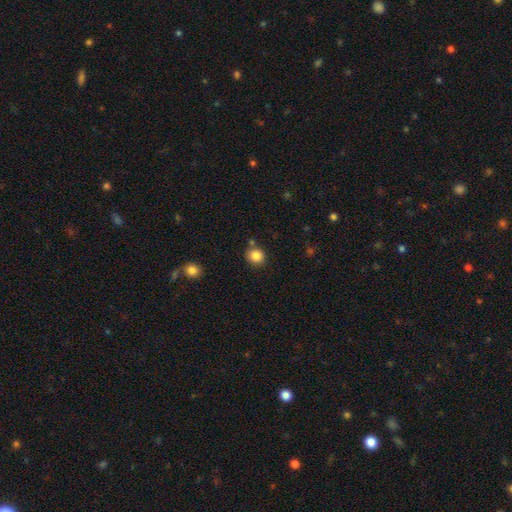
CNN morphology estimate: smooth 85%, star or artifact 10%, featured or disk 5%. Down the decision tree: how rounded — round (84%); merging — none (80%).